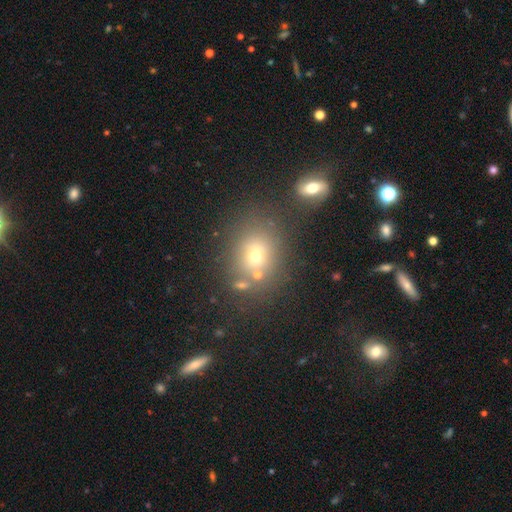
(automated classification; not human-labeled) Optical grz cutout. It shows a smooth galaxy with no disk features (64%) that is round (63%). Merging: none (68%).